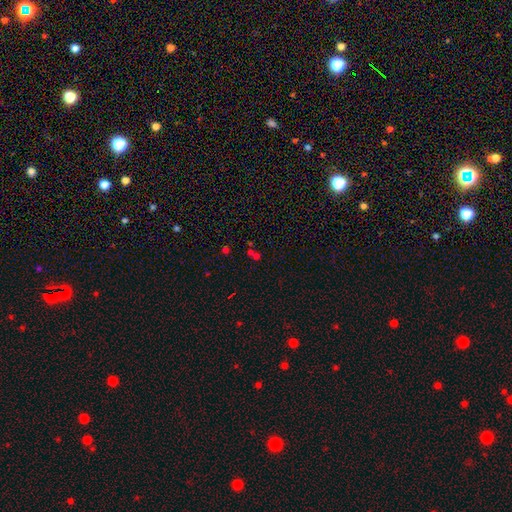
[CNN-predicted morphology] Smooth or featured? Predicted: star or artifact (p=0.47).